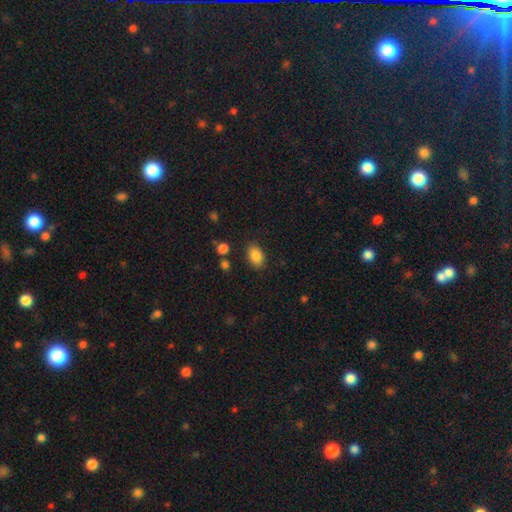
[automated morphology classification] smooth-or-featured: smooth: 86% | star or artifact: 9% | featured or disk: 5%
  how-rounded: in between: 85% | round: 14% | cigar-shaped: 1%
  merging: none: 83% | minor disturbance: 11% | major disturbance: 3% | merger: 2%